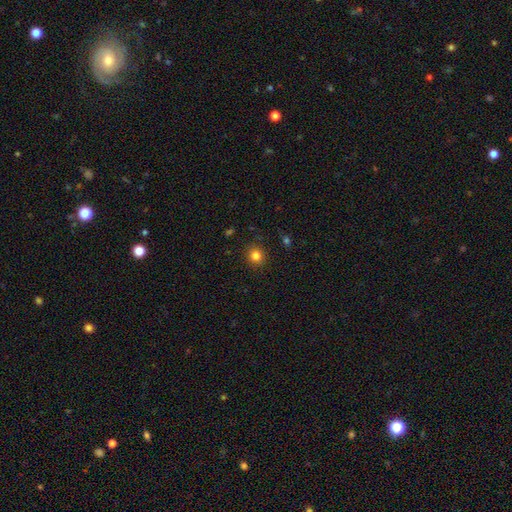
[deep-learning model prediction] This appears to be a smooth galaxy with no disk features (82%) that is round (86%). Merging: none (88%).